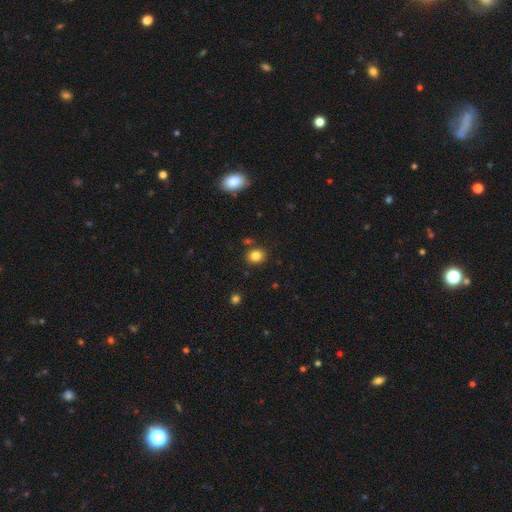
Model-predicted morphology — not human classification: The model was most divided on "how rounded": round: 66%, in between: 33%, cigar-shaped: 1%. More confident: merging — none (84%); smooth or featured — smooth (83%).